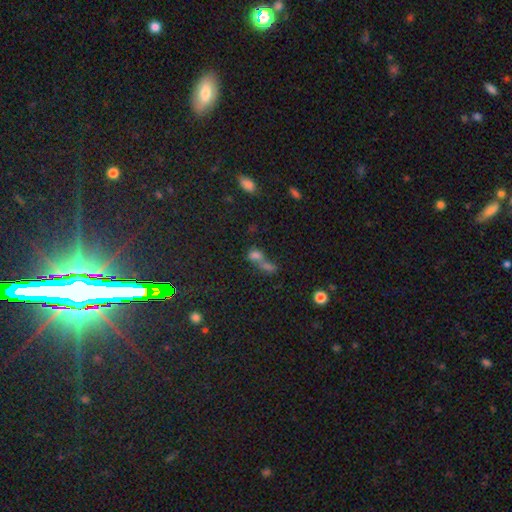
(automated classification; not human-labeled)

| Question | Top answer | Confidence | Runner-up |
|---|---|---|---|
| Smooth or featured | smooth | 63% | star or artifact (22%) |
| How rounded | in between | 64% | round (29%) |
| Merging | merger | 67% | none (20%) |